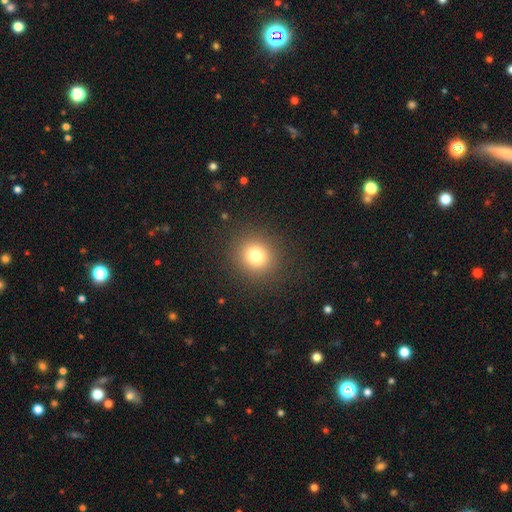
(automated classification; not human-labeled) Smooth or featured? Predicted: smooth (p=0.78). How rounded? Predicted: round (p=0.87). Merging? Predicted: none (p=0.89).